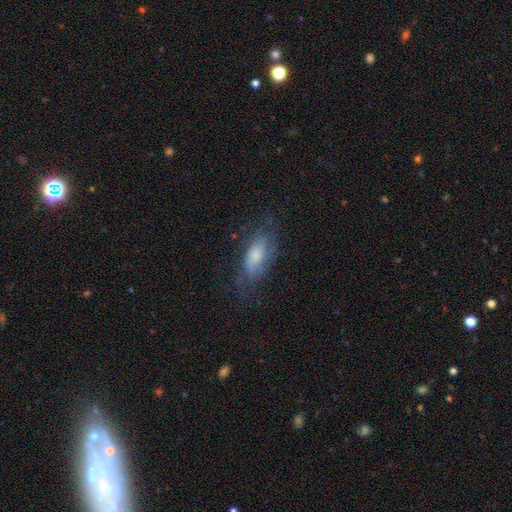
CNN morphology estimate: This is possibly a smooth galaxy (56%). How rounded: clearly in between (81%). Merging: likely none (60%).